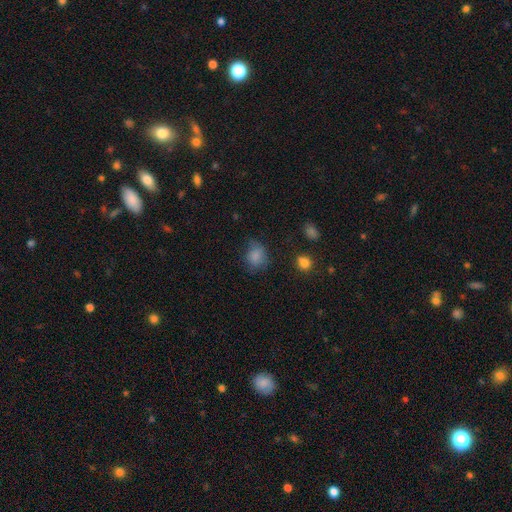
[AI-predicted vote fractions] Smooth or featured?
  - smooth: 82% *
  - star or artifact: 11%
  - featured or disk: 7%
How rounded?
  - round: 59% *
  - in between: 40%
  - cigar-shaped: 1%
Merging?
  - none: 60% *
  - minor disturbance: 27%
  - major disturbance: 10%
  - merger: 2%